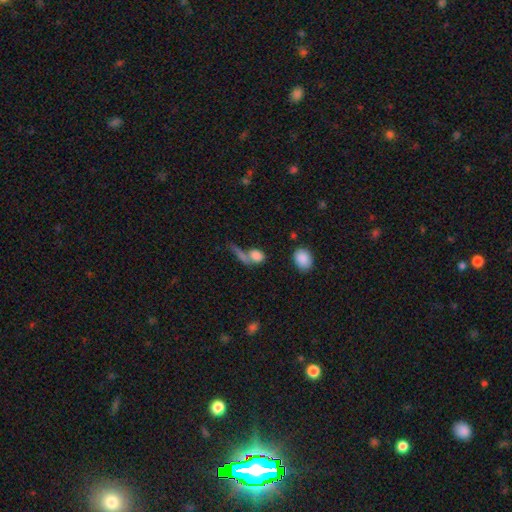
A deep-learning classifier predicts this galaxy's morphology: smooth_or_featured: smooth (p=0.78) [alt: featured or disk p=0.12]
how_rounded: in between (p=0.55) [alt: round p=0.37]
merging: merger (p=0.44) [alt: none p=0.32]